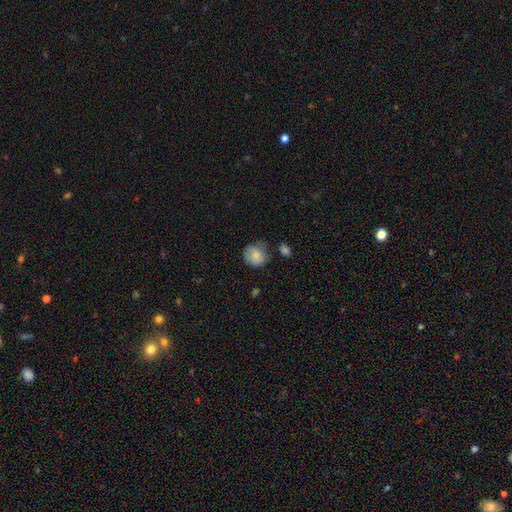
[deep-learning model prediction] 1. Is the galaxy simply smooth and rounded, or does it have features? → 80% smooth, 13% featured or disk, 8% star or artifact.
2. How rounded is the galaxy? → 83% round, 16% in between, 1% cigar-shaped.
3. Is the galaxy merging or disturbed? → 62% none, 27% minor disturbance, 7% major disturbance, 4% merger.